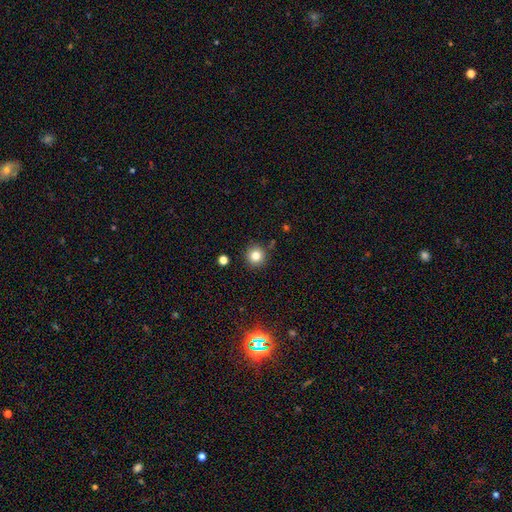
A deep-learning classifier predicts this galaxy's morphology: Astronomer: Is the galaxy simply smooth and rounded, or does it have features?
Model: smooth — 82%.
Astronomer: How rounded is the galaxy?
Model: round — 94%.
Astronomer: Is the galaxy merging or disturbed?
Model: none — 88%.